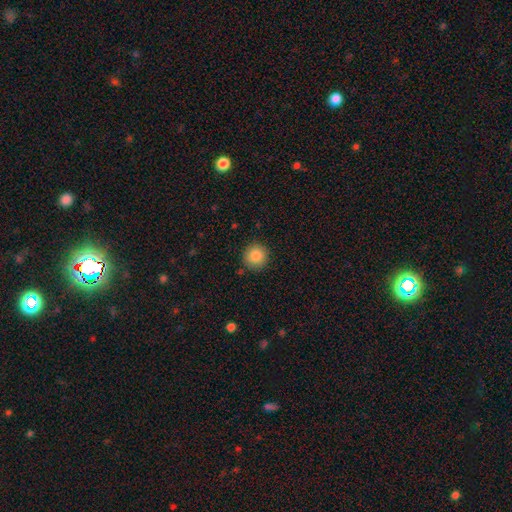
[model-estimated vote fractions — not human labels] Smooth or featured: smooth — 87% (star or artifact — 9%)
How rounded: round — 94% (in between — 5%)
Merging: none — 90% (minor disturbance — 7%)